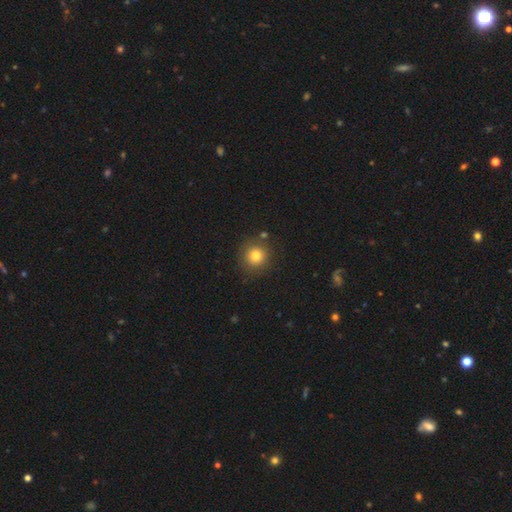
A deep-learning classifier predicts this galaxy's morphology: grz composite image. It shows a smooth galaxy with no disk features (80%) that is round (93%). Merging: none (85%).